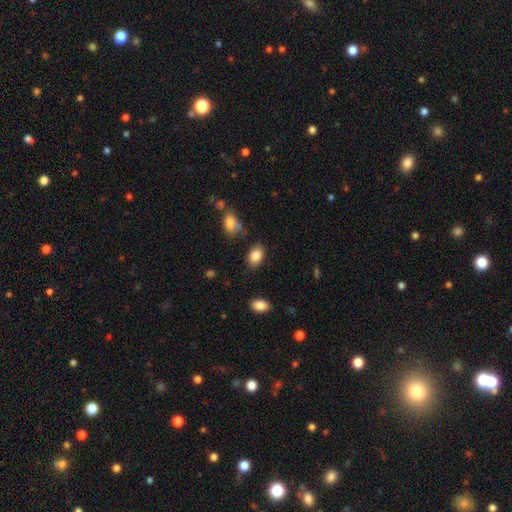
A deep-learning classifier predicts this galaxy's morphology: The model was most divided on "merging": none: 77%, minor disturbance: 16%, major disturbance: 4%, merger: 3%. More confident: smooth or featured — smooth (86%); how rounded — in between (83%).